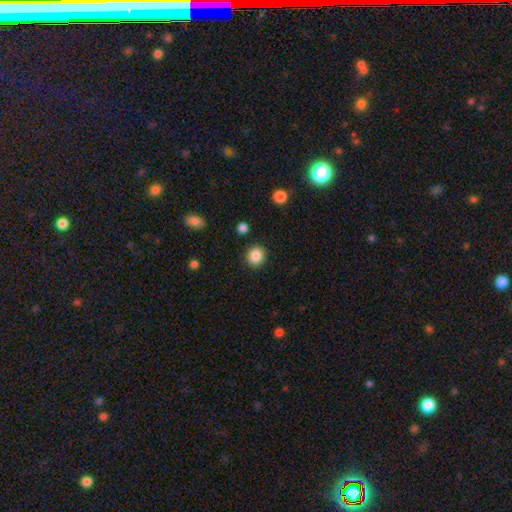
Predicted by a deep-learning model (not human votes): A smooth galaxy with no disk features (87%) that is round (87%).

Vote fractions:
- Smooth or featured? smooth: 87% / star or artifact: 9% / featured or disk: 4%
- How rounded? round: 87% / in between: 13% / cigar-shaped: 1%
- Merging? none: 90% / minor disturbance: 6% / major disturbance: 2% / merger: 2%